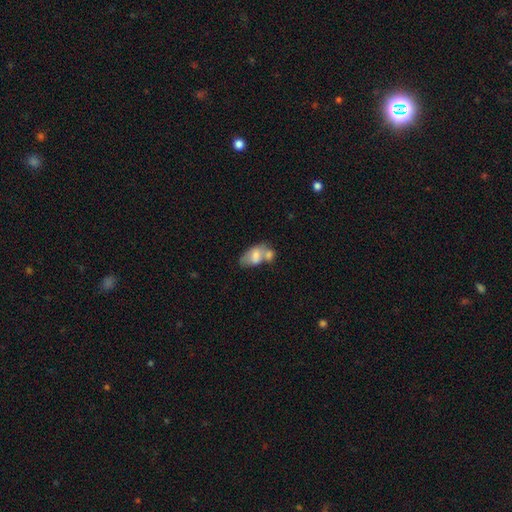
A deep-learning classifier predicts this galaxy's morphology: type=smooth (64%); roundness=in between (89%); merging=merger (57%).